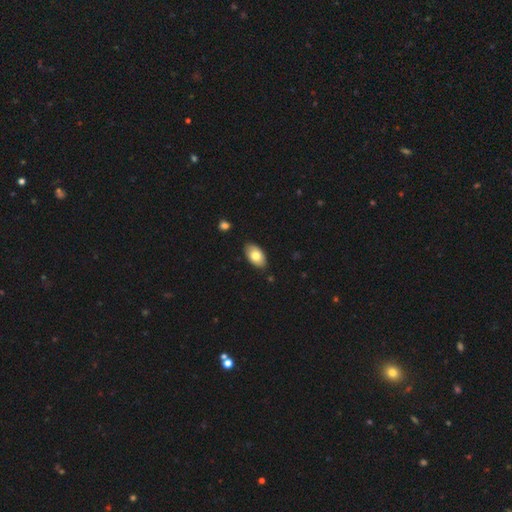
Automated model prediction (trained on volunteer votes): smooth-or-featured: smooth: 78% | featured or disk: 16% | star or artifact: 7%
  how-rounded: in between: 94% | round: 4% | cigar-shaped: 1%
  merging: none: 86% | minor disturbance: 11% | major disturbance: 2% | merger: 2%